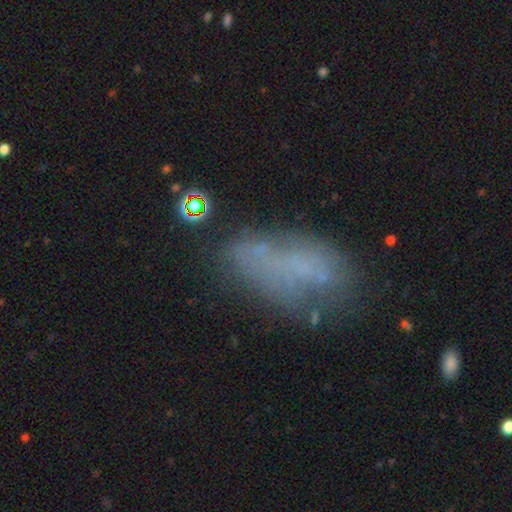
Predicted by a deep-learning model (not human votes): A smooth galaxy with no disk features (45%). Merging: none (50%).